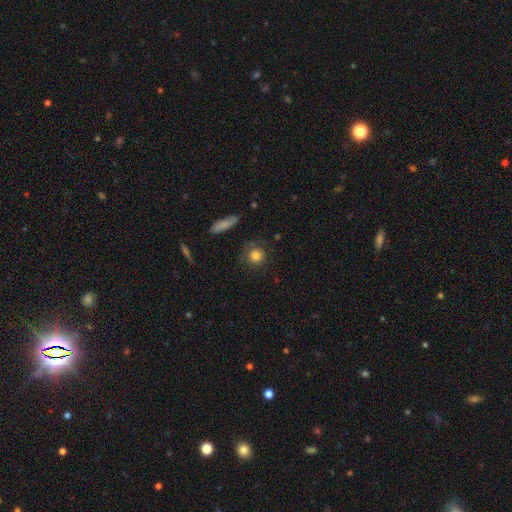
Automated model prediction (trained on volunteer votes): smooth 80%, star or artifact 10%, featured or disk 10%. Down the decision tree: how rounded — round (90%); merging — none (75%).